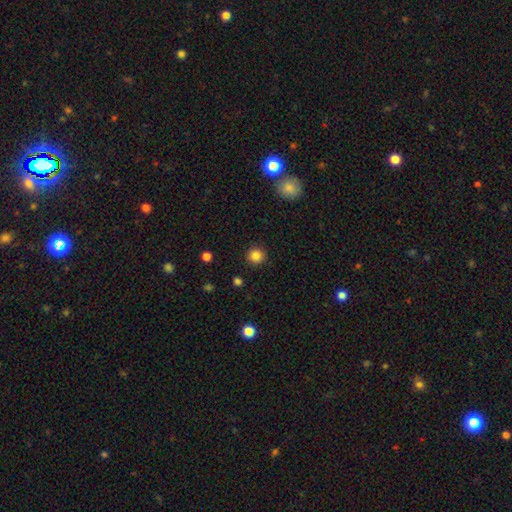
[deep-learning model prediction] Smooth or featured?
  - smooth: 84% *
  - star or artifact: 11%
  - featured or disk: 4%
How rounded?
  - round: 94% *
  - in between: 5%
  - cigar-shaped: 1%
Merging?
  - none: 91% *
  - minor disturbance: 6%
  - major disturbance: 2%
  - merger: 1%